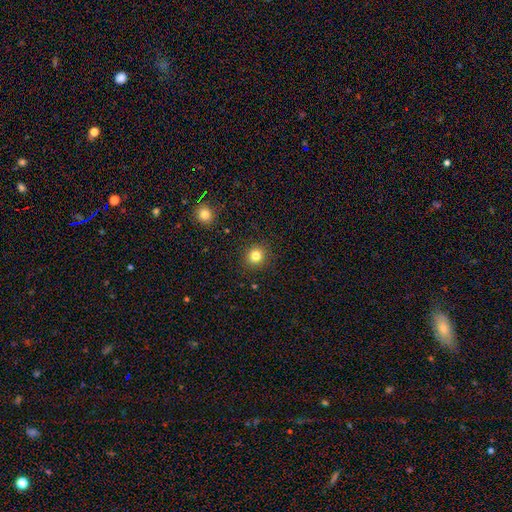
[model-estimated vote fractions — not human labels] A smooth galaxy with no disk features (83%) that is round (91%). Merging: none (91%).